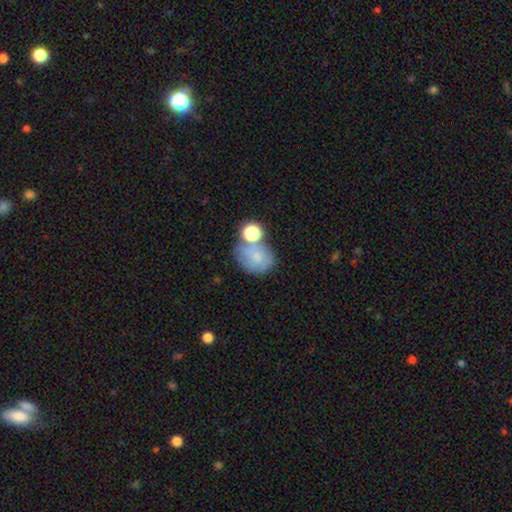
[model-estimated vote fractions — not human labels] The model was most divided on "how rounded": round: 55%, in between: 44%, cigar-shaped: 1%. Remaining: smooth or featured — smooth (65%); merging — none (42%).